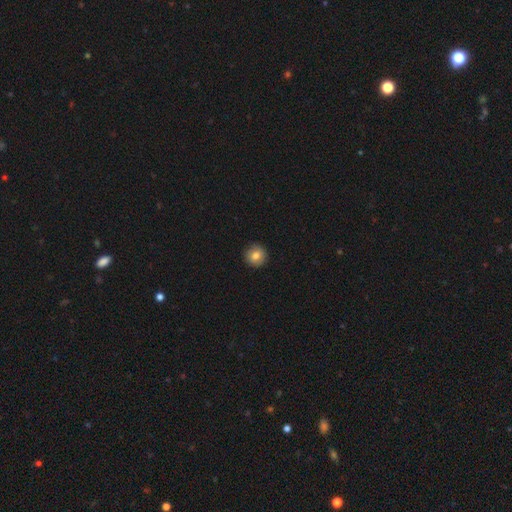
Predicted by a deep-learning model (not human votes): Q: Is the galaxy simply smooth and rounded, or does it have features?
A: smooth — 81%.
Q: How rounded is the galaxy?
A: round — 93%.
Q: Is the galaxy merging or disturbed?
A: none — 91%.